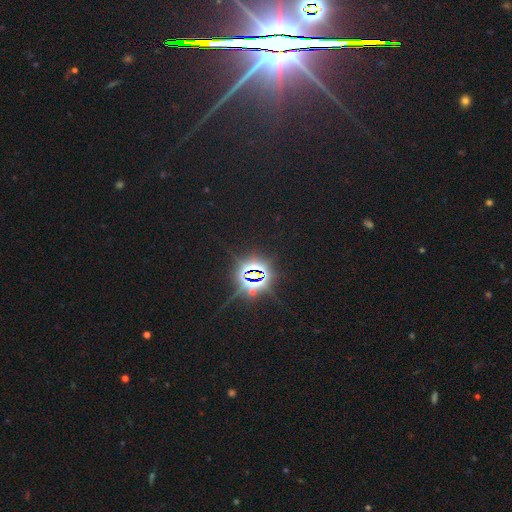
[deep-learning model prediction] Smooth or featured?
  - star or artifact: 85% *
  - smooth: 8%
  - featured or disk: 7%